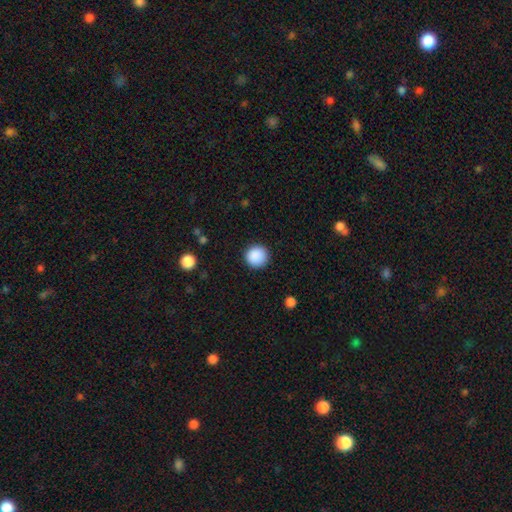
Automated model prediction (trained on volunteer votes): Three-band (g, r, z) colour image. It shows a smooth galaxy with no disk features (89%) that is round (95%). Merging: none (91%).